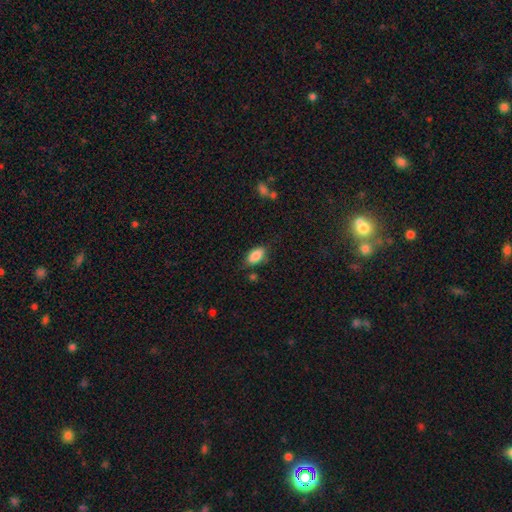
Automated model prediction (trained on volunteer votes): Morphology: type=smooth (86%); roundness=in between (92%); merging=none (73%).